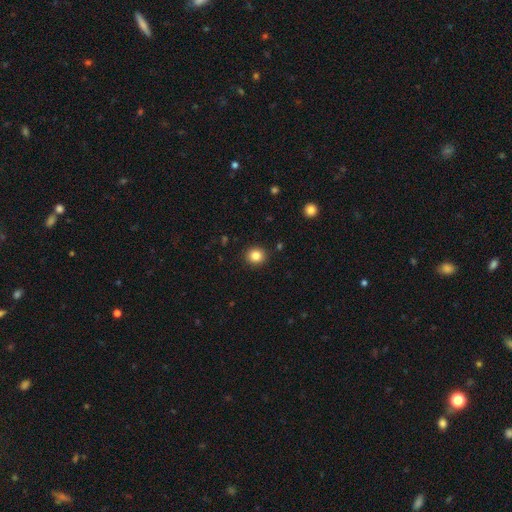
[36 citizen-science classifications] Morphology: type=smooth (92%); roundness=round (88%); merging=none (91%).